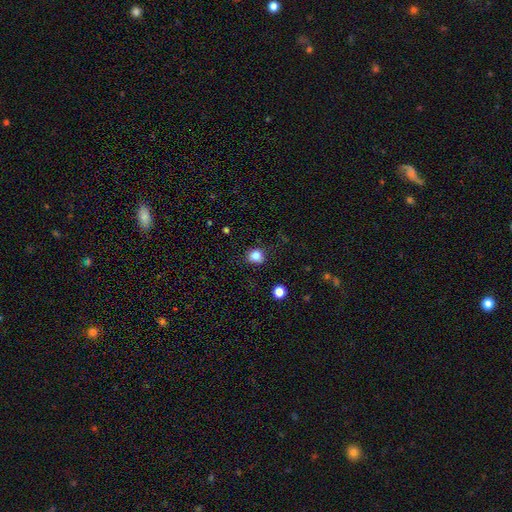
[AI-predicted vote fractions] smooth-or-featured: smooth: 83% | star or artifact: 12% | featured or disk: 5%
  how-rounded: round: 79% | in between: 20% | cigar-shaped: 1%
  merging: none: 80% | minor disturbance: 15% | major disturbance: 4% | merger: 2%